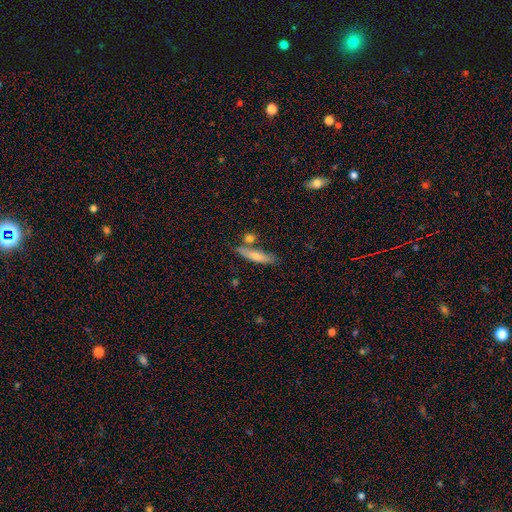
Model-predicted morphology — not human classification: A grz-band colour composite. It shows a smooth galaxy with no disk features (70%) that is cigar-shaped (78%). Merging: none (68%).